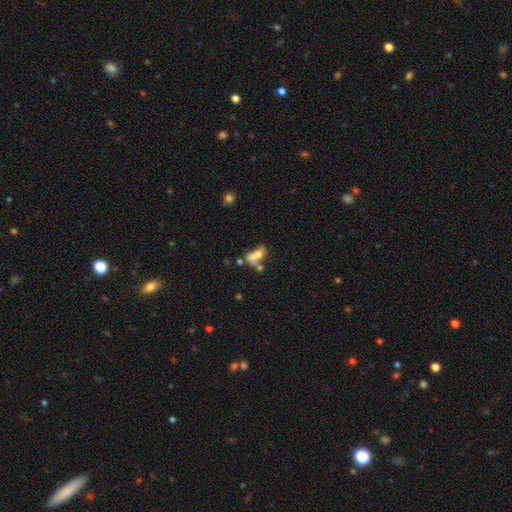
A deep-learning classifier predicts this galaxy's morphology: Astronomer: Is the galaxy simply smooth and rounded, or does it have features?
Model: smooth — 55% (runner-up: featured or disk, 32%).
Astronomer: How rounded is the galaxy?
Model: in between — 75%.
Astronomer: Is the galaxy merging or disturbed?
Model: merger — 56%.